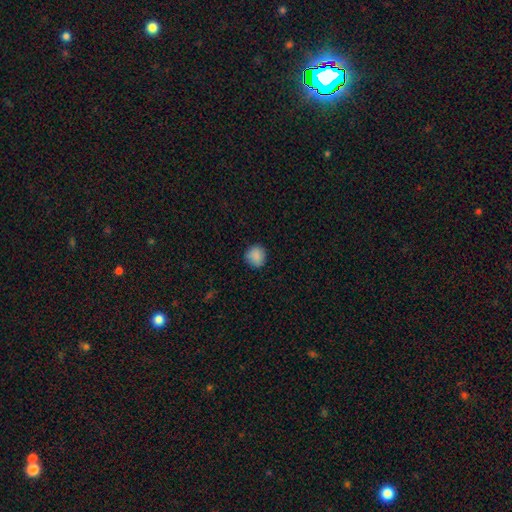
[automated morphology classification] Smooth or featured?
  - smooth: 88% *
  - star or artifact: 8%
  - featured or disk: 3%
How rounded?
  - round: 90% *
  - in between: 9%
  - cigar-shaped: 1%
Merging?
  - none: 86% *
  - minor disturbance: 10%
  - major disturbance: 2%
  - merger: 1%